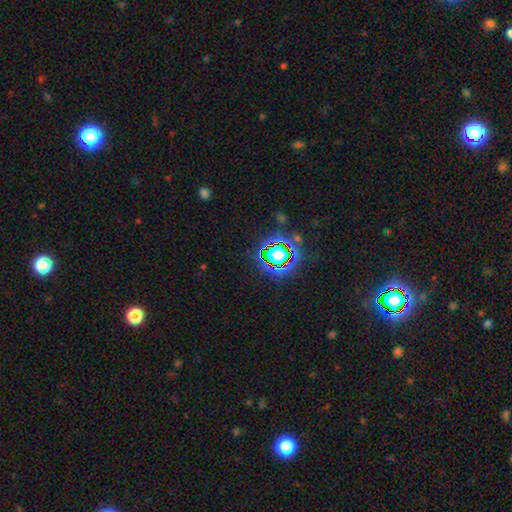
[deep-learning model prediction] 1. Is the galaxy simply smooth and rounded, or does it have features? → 80% star or artifact, 13% smooth, 7% featured or disk.